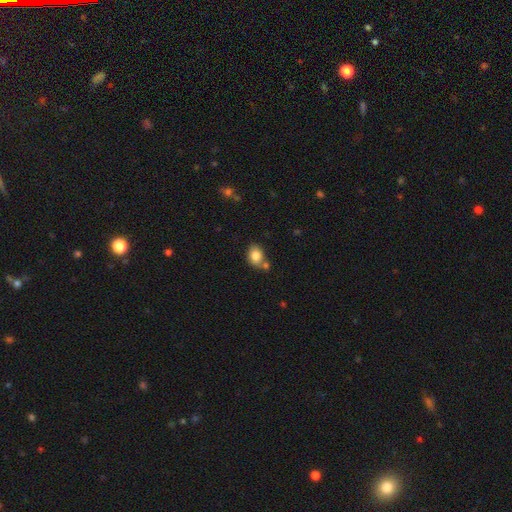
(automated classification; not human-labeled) The model was most divided on "how rounded": in between: 61%, round: 38%, cigar-shaped: 1%. More confident: smooth or featured — smooth (80%); merging — none (56%).